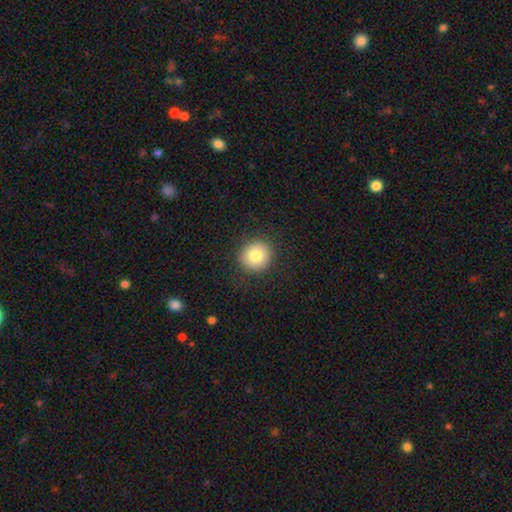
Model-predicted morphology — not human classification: Overall: smooth (82%). How rounded: round (89%). Merging: none (88%).